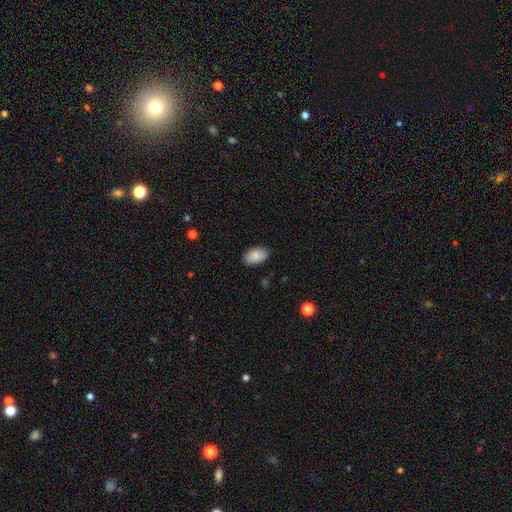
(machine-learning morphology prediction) Smooth or featured: smooth — 85% (featured or disk — 9%)
How rounded: in between — 93% (round — 6%)
Merging: none — 84% (minor disturbance — 12%)